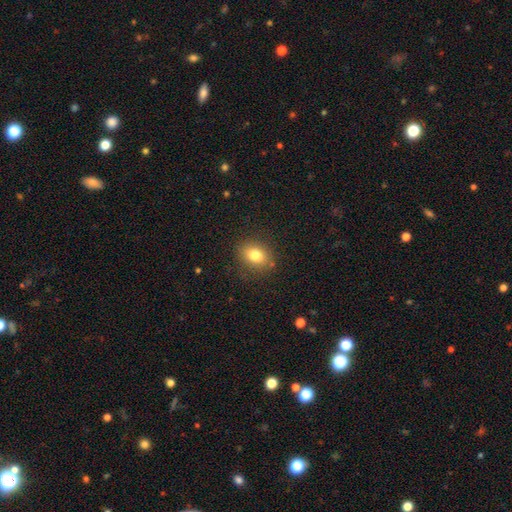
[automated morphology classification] This is likely a smooth galaxy (78%). How rounded: possibly in between (53%). Merging: clearly none (88%).